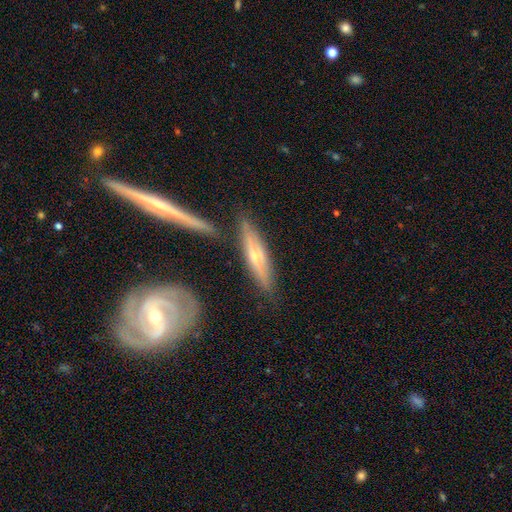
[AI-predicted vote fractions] Smooth or featured: featured or disk — 57% (smooth — 36%)
Edge-on disk: yes — 83% (no — 17%)
Merging: none — 76% (minor disturbance — 14%)